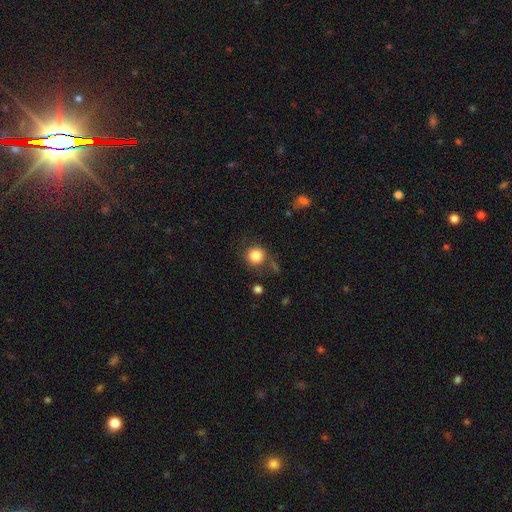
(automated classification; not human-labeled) Smooth or featured: smooth — 85% (star or artifact — 10%)
How rounded: round — 91% (in between — 8%)
Merging: none — 76% (minor disturbance — 13%)